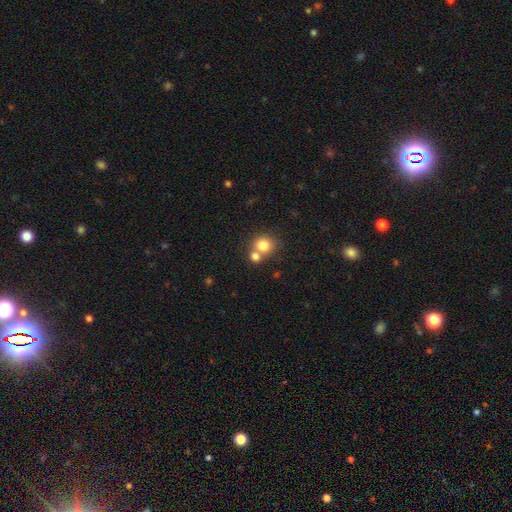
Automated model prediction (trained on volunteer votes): Smooth or featured?
  - smooth: 79% *
  - featured or disk: 10%
  - star or artifact: 10%
How rounded?
  - round: 78% *
  - in between: 21%
  - cigar-shaped: 1%
Merging?
  - merger: 50% *
  - none: 41%
  - minor disturbance: 7%
  - major disturbance: 3%